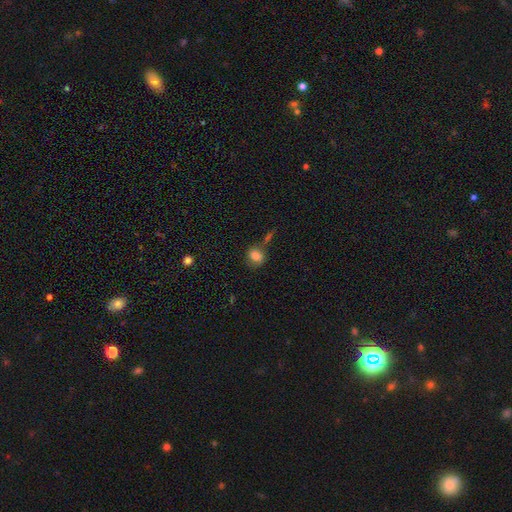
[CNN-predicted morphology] The model was most divided on "how rounded": round: 59%, in between: 39%, cigar-shaped: 2%. More confident: smooth or featured — smooth (81%); merging — none (60%).